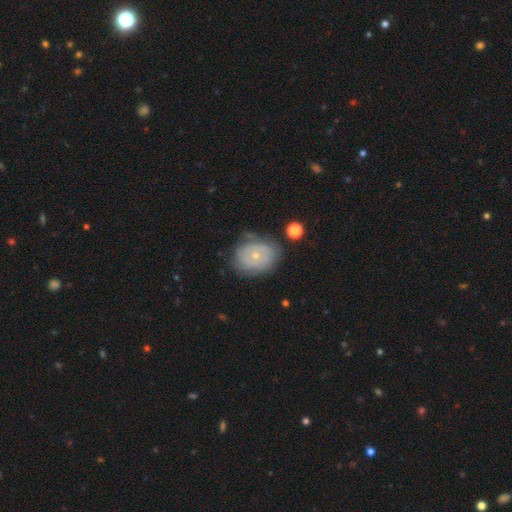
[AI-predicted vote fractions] featured or disk 53%, smooth 39%, star or artifact 8%. Down the decision tree: edge-on disk — no (96%); bar — no (88%); spiral arms — yes (50%, tied with no); bulge size — small (69%); merging — none (64%).